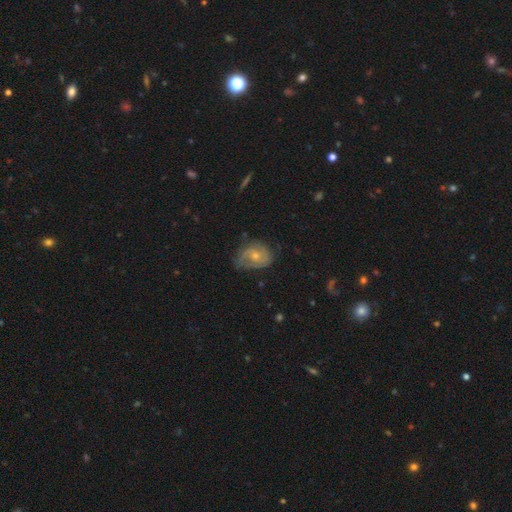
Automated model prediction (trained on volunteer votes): The model was most divided on "spiral winding": medium: 40%, tight: 39%, loose: 20%. More confident: edge-on disk — no (97%); spiral arms — yes (85%); bar — no (69%); smooth or featured — featured or disk (65%); spiral arm count — 2 (55%); merging — none (54%); bulge size — small (51%).